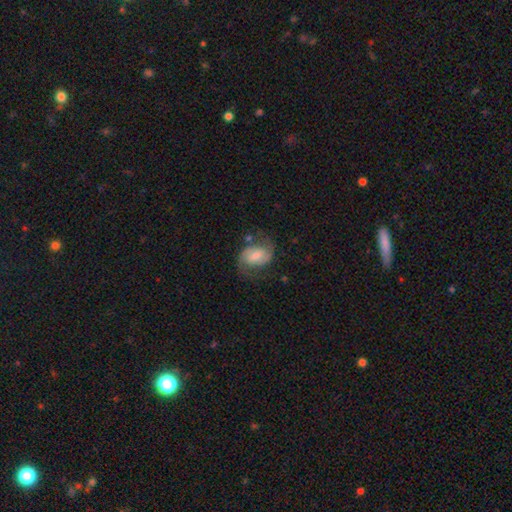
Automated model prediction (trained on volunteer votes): A featured or disk galaxy (71%) with a weak bar (49%), 2 (89%) medium (50%) spiral arms (93%) and a moderate central bulge (38%).

Vote fractions:
- Smooth or featured? featured or disk: 71% / smooth: 22% / star or artifact: 7%
- Edge-on disk? no: 97% / yes: 3%
- Bar? weak: 49% / no: 31% / strong: 20%
- Spiral arms? yes: 93% / no: 7%
- Spiral winding? medium: 50% / loose: 33% / tight: 17%
- Spiral arm count? 2: 89% / can't tell: 5% / 1: 3% / 3: 1% / 4: 1% / more than 4: 1%
- Bulge size? moderate: 38% / small: 28% / large: 16% / none: 15% / dominant: 3%
- Merging? none: 62% / minor disturbance: 20% / major disturbance: 14% / merger: 5%